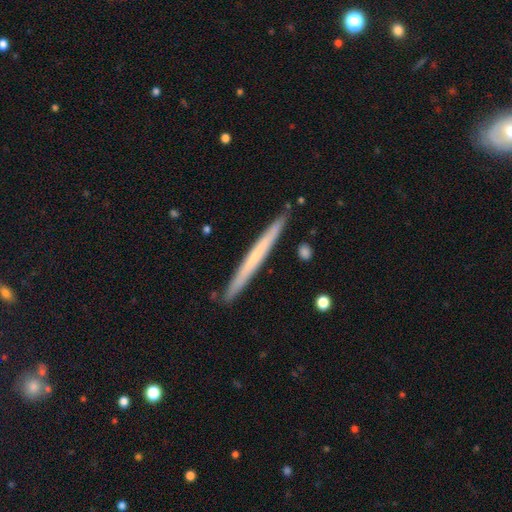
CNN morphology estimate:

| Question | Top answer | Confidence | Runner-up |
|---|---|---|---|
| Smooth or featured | smooth | 49% | featured or disk (46%) |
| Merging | none | 90% | minor disturbance (8%) |